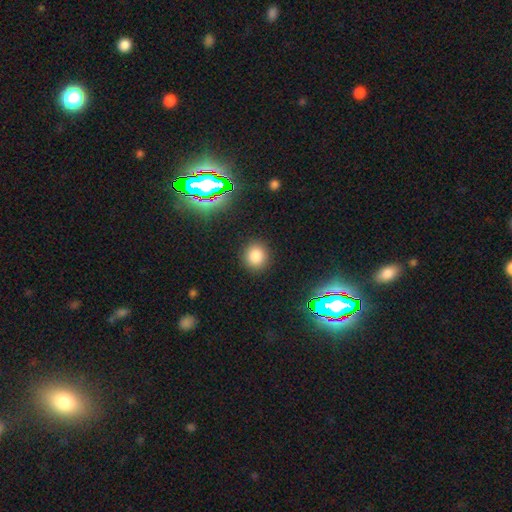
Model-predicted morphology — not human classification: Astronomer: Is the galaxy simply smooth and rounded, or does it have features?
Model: smooth — 81%.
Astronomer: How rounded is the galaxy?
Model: round — 87%.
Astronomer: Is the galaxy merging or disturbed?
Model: none — 89%.